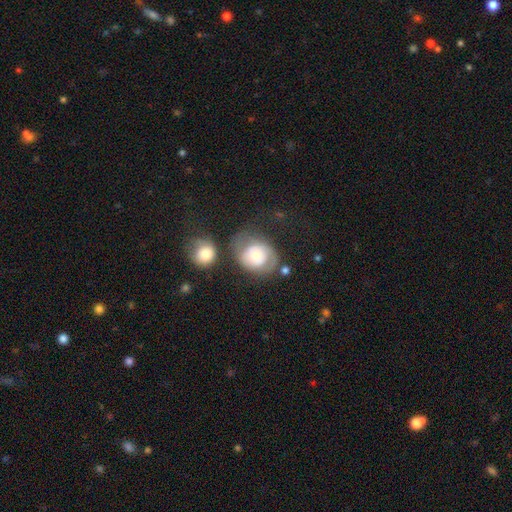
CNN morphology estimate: This is possibly a smooth galaxy (47%). Merging: marginally none (41%).